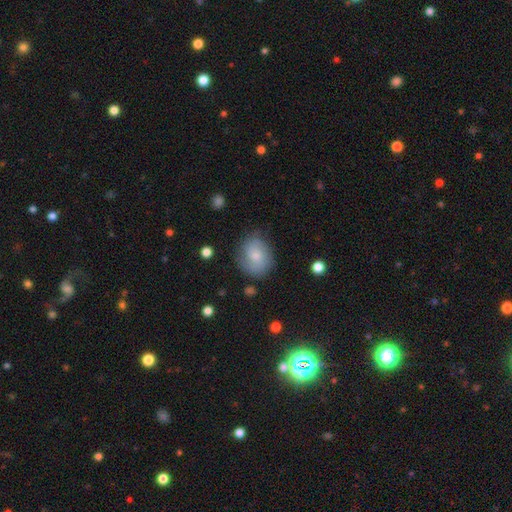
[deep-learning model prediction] Smooth or featured? Predicted: smooth (p=0.63). How rounded? Predicted: round (p=0.59). Merging? Predicted: none (p=0.70).